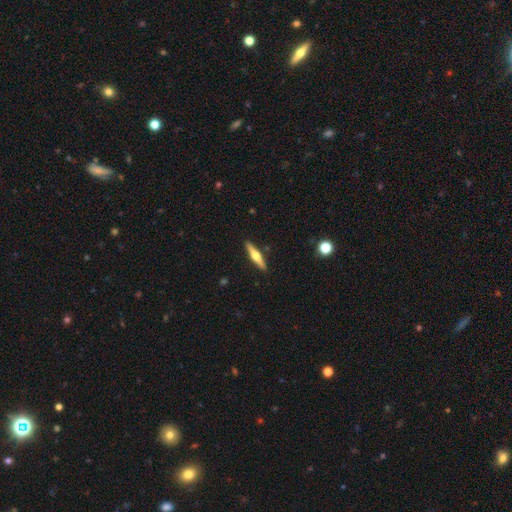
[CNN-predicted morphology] This is likely a featured or disk galaxy (63%). It is clearly viewed edge-on (97%). Edge-on bulge: clearly rounded (93%). Merging: clearly none (90%).